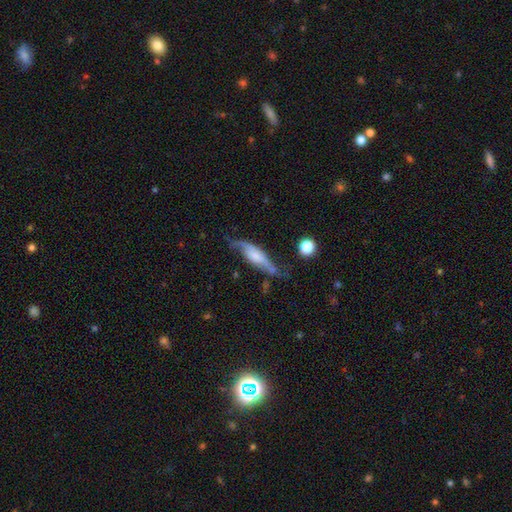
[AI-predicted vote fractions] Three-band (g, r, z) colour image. It shows a featured or disk galaxy (58%). Merging: none (48%).